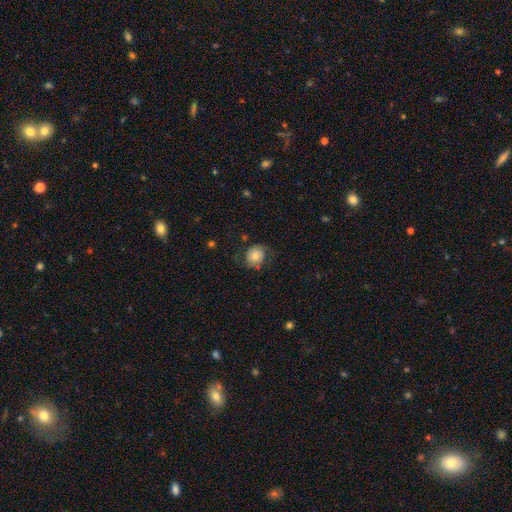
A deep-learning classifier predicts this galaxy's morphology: The model was most divided on "smooth or featured": smooth: 59%, featured or disk: 32%, star or artifact: 9%. More confident: how rounded — round (73%); merging — none (68%).